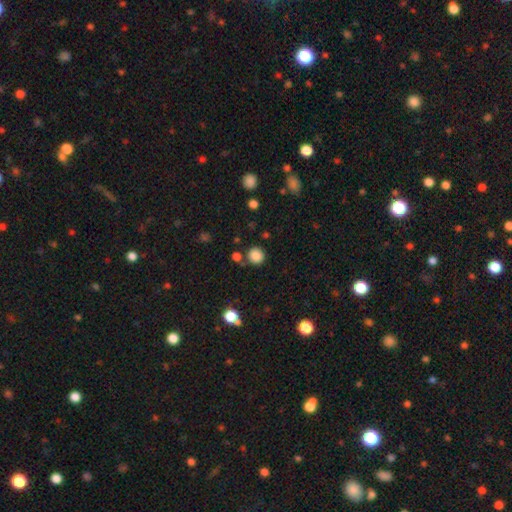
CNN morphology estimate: The model was most divided on "merging": none: 81%, minor disturbance: 9%, merger: 7%, major disturbance: 3%. More confident: how rounded — round (89%); smooth or featured — smooth (85%).